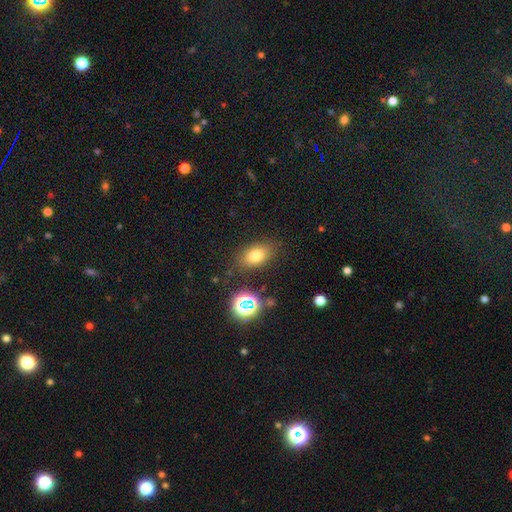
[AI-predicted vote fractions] The model was most divided on "smooth or featured": smooth: 73%, star or artifact: 16%, featured or disk: 12%. More confident: merging — none (80%); how rounded — in between (78%).